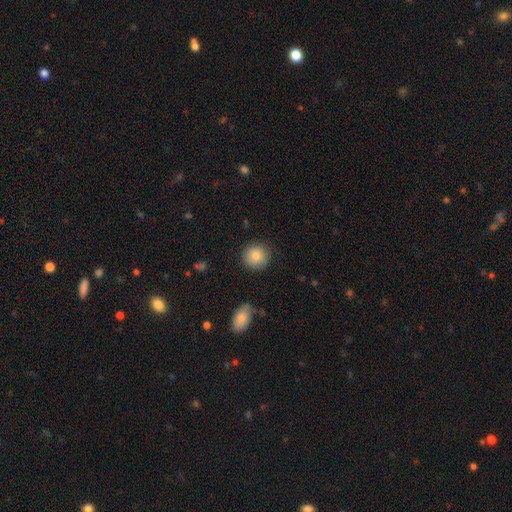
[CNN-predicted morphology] Smooth or featured? smooth (84%)
How rounded? round (92%)
Merging? none (88%)